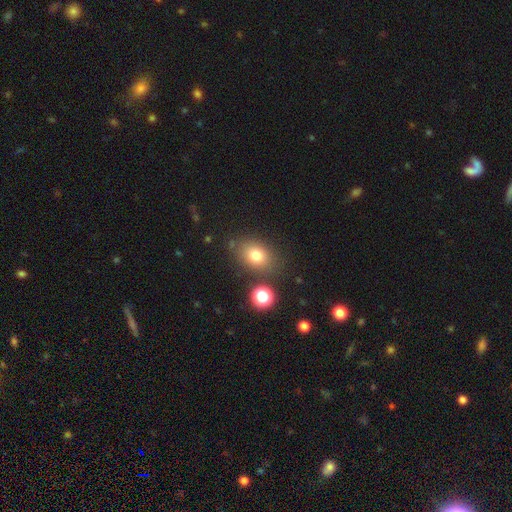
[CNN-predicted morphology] This appears to be a smooth galaxy with no disk features (77%) that is in between round and cigar-shaped (68%). Merging: none (78%).